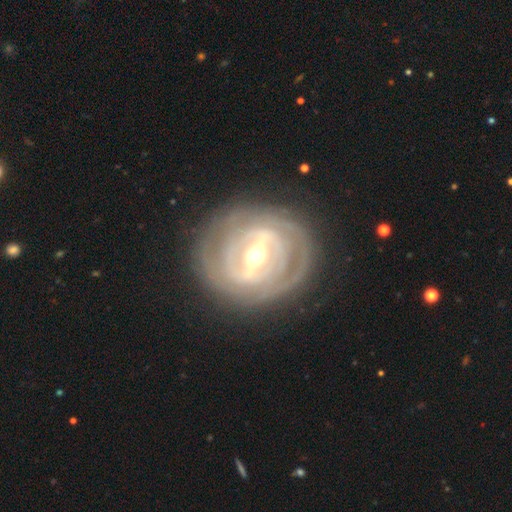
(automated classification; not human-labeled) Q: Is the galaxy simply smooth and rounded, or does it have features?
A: featured or disk — 87%.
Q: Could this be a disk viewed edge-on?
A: no — 92%.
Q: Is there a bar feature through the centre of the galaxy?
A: strong — 72%.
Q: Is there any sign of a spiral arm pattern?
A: yes — 81%.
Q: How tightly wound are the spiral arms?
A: tight — 79%.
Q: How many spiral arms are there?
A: can't tell — 38%.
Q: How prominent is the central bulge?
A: moderate — 68%.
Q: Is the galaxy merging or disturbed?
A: none — 82%.